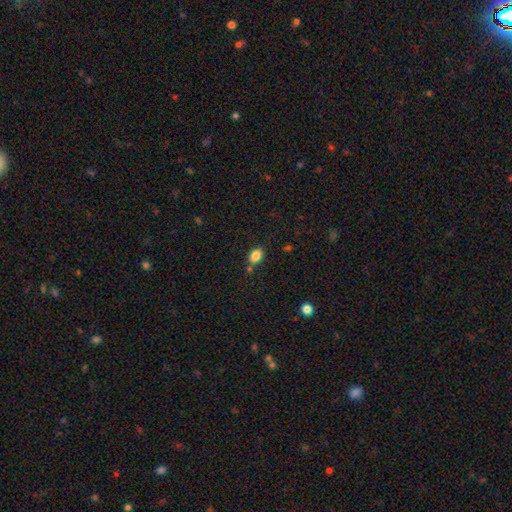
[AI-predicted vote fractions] Morphology: type=smooth (85%); roundness=in between (75%); merging=none (73%).